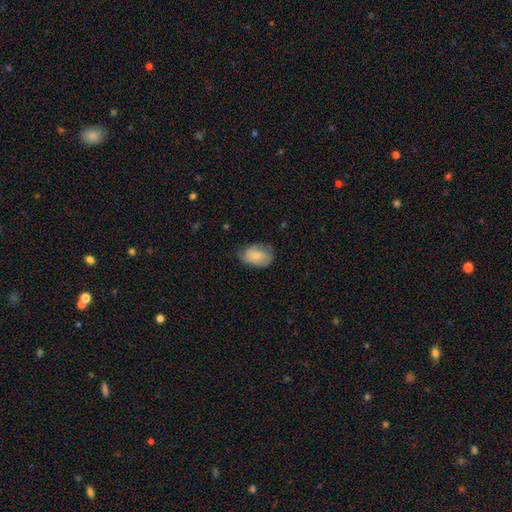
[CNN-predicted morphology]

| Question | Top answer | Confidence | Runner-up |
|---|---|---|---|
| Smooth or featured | smooth | 72% | featured or disk (22%) |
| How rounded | in between | 84% | round (14%) |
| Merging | none | 58% | minor disturbance (32%) |